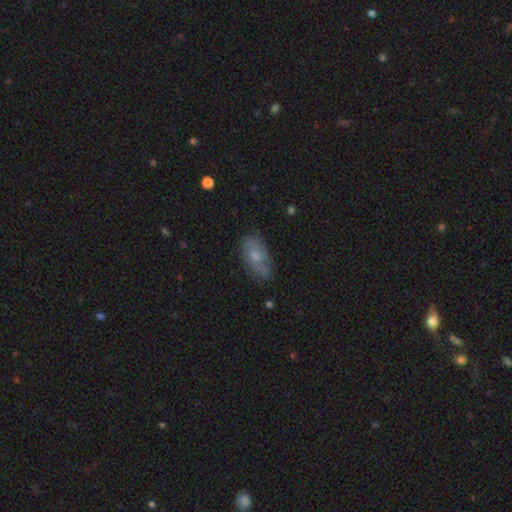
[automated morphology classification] Smooth or featured: smooth — 54% (featured or disk — 37%)
How rounded: in between — 88% (cigar-shaped — 7%)
Merging: none — 65% (minor disturbance — 24%)